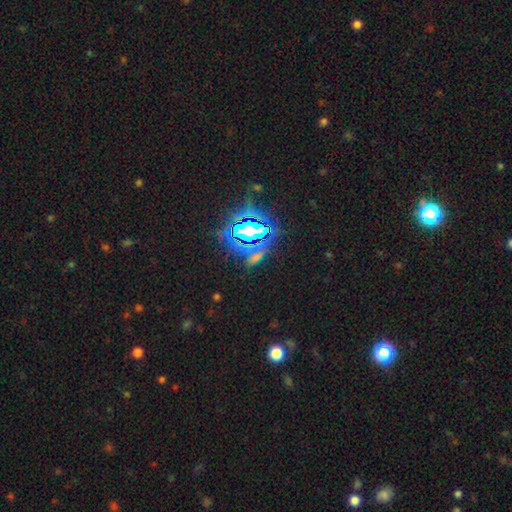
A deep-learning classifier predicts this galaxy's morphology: smooth-or-featured: star or artifact: 71% | smooth: 19% | featured or disk: 11%